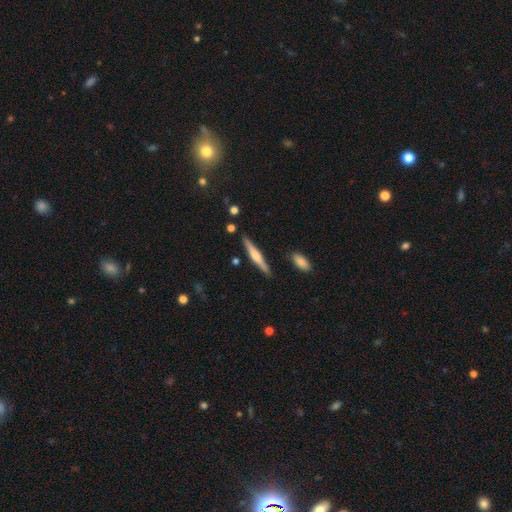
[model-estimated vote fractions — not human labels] This is possibly a featured or disk galaxy (55%). It is clearly viewed edge-on (97%). Edge-on bulge: likely rounded (70%). Merging: clearly none (88%).